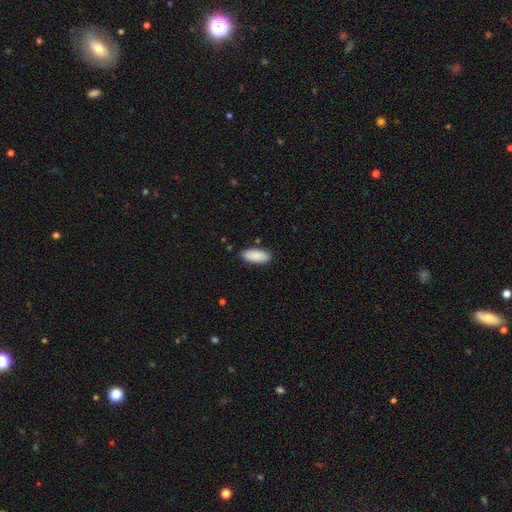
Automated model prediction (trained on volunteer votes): Smooth or featured?
  - smooth: 89% *
  - star or artifact: 6%
  - featured or disk: 5%
How rounded?
  - in between: 86% *
  - cigar-shaped: 13%
  - round: 2%
Merging?
  - none: 86% *
  - minor disturbance: 10%
  - major disturbance: 2%
  - merger: 2%